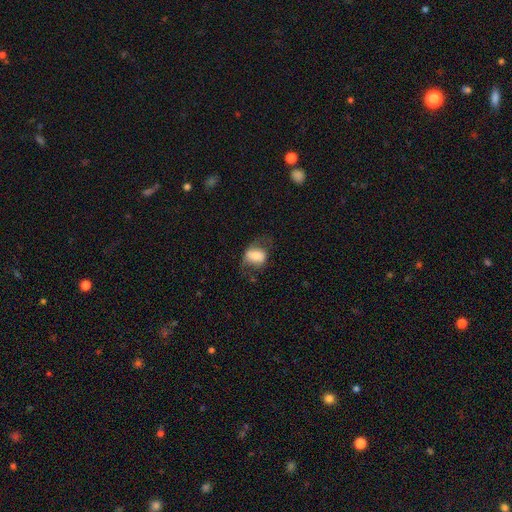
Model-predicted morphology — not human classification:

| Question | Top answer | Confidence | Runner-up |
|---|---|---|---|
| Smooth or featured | smooth | 68% | featured or disk (24%) |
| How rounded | in between | 75% | round (23%) |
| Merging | none | 43% | minor disturbance (28%) |